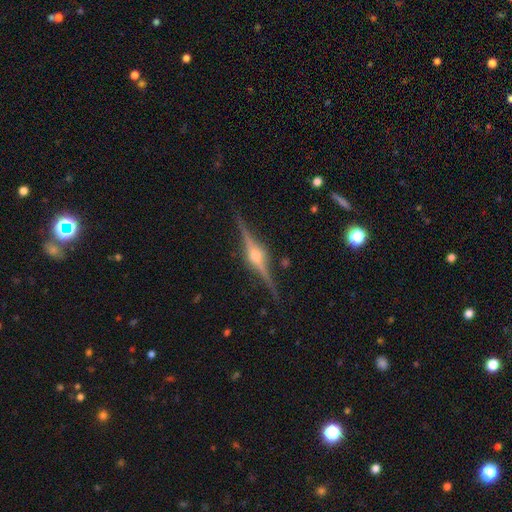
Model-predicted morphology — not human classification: smooth-or-featured: featured or disk: 89% | star or artifact: 6% | smooth: 5%
  disk-edge-on: yes: 98% | no: 2%
    edge-on-bulge: rounded: 94% | boxy: 4% | none: 2%
  merging: none: 89% | minor disturbance: 8% | major disturbance: 2% | merger: 1%